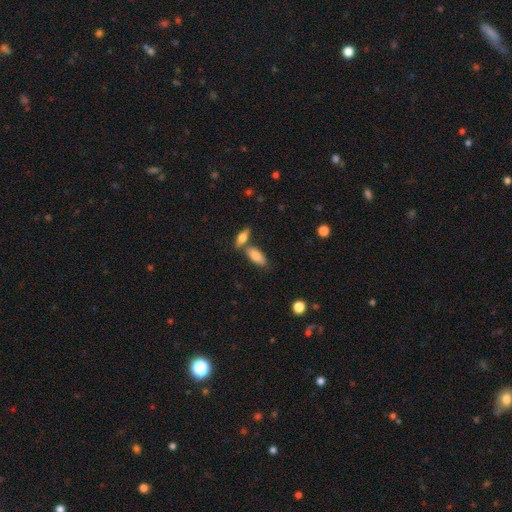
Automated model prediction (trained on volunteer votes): A smooth galaxy with no disk features (80%) that is in between round and cigar-shaped (83%). Merging: none (56%).